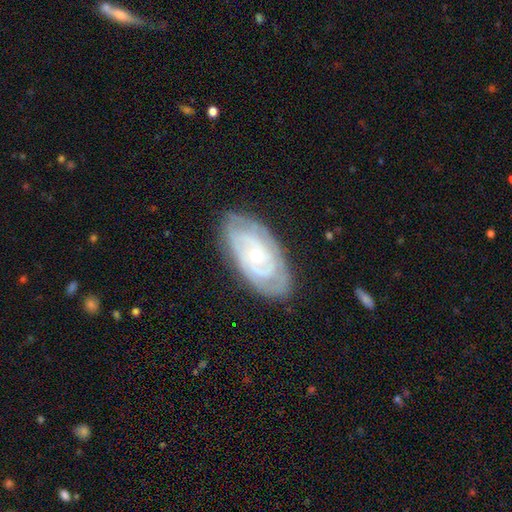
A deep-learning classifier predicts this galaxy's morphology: type=featured or disk (80%); edge-on=no (94%); bar=no (75%); spiral arms=yes (88%); winding=tight (73%); arm count=can't tell (42%); bulge=small (64%); merging=none (78%).